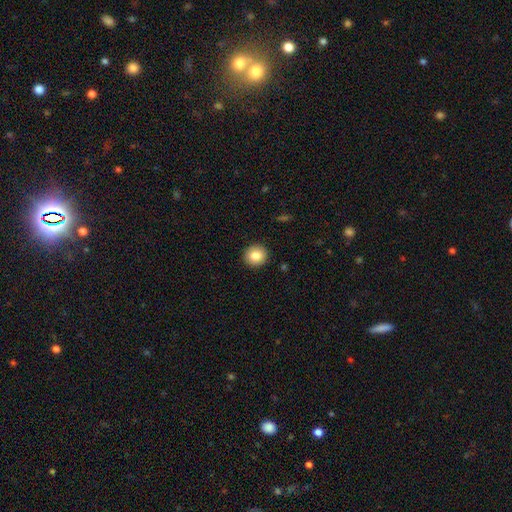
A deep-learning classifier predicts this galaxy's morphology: Smooth or featured?
  - smooth: 83% *
  - star or artifact: 9%
  - featured or disk: 8%
How rounded?
  - round: 89% *
  - in between: 11%
  - cigar-shaped: 1%
Merging?
  - none: 92% *
  - minor disturbance: 5%
  - major disturbance: 2%
  - merger: 1%